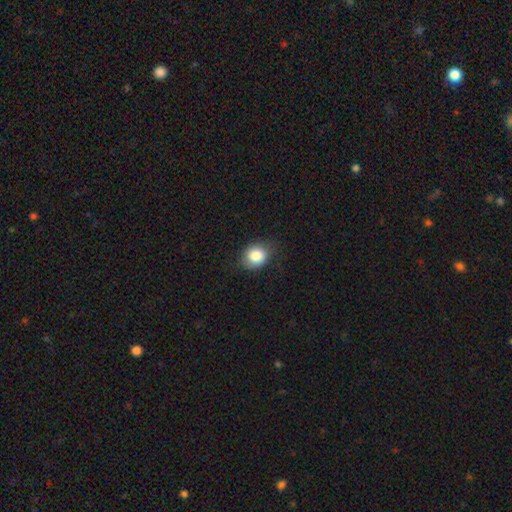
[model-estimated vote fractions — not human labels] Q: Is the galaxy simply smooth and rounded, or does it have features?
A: smooth — 84%.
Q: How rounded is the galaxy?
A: round — 60%.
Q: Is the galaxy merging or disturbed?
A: none — 73%.